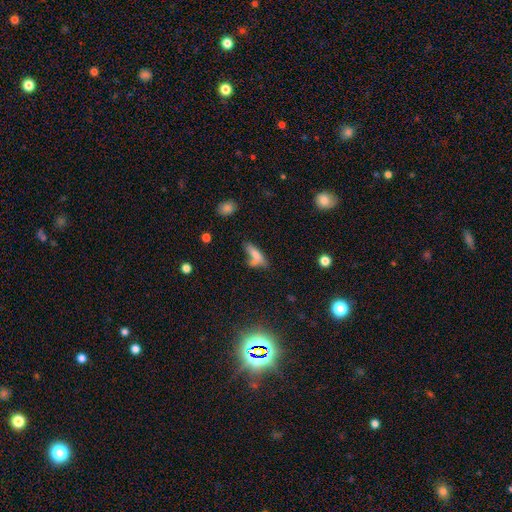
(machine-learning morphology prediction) Smooth or featured? Predicted: smooth (p=0.66). How rounded? Predicted: in between (p=0.53). Merging? Predicted: none (p=0.38).